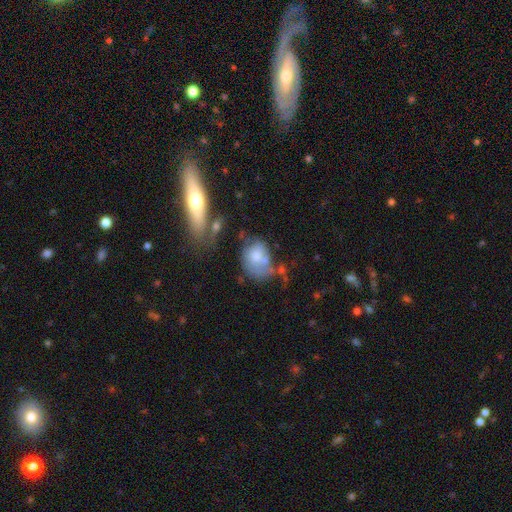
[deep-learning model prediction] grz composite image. It shows a smooth galaxy with no disk features (56%) that is in between round and cigar-shaped (58%). Merging: none (34%).